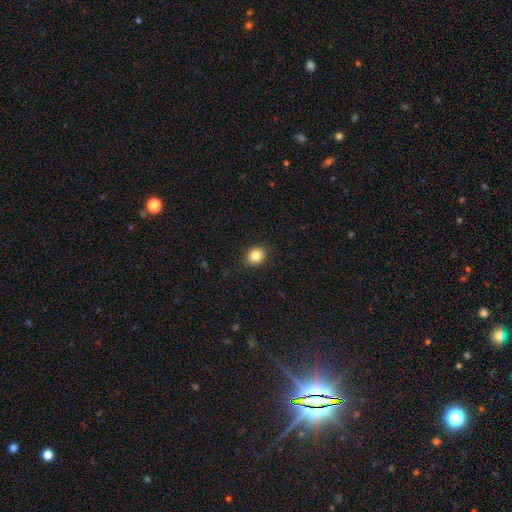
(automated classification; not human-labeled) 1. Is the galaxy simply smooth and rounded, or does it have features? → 85% smooth, 10% star or artifact, 6% featured or disk.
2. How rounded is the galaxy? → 55% round, 44% in between, 1% cigar-shaped.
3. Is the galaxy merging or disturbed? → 90% none, 7% minor disturbance, 2% major disturbance, 1% merger.